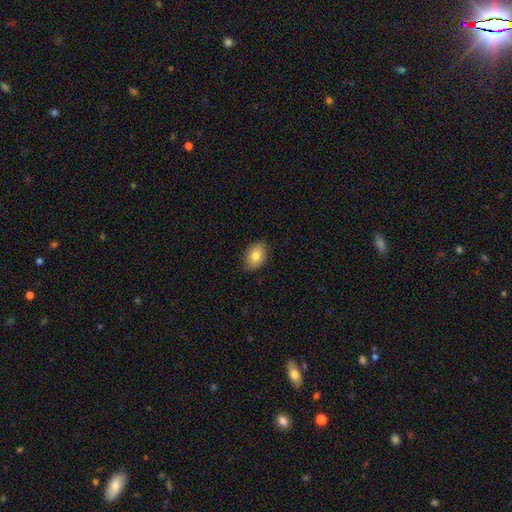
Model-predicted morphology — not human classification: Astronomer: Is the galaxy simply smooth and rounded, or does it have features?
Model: smooth — 81%.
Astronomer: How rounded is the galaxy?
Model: in between — 77%.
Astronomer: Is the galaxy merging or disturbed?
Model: none — 86%.